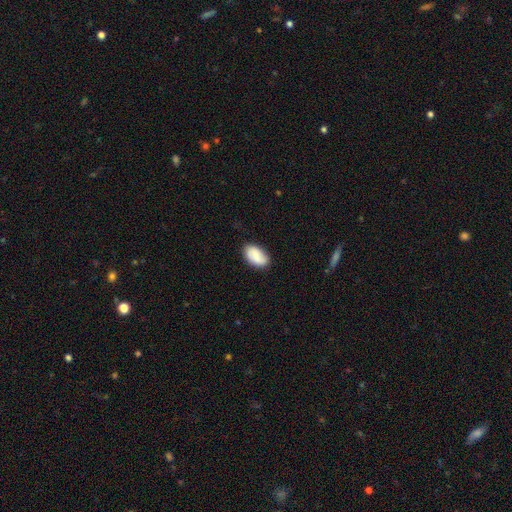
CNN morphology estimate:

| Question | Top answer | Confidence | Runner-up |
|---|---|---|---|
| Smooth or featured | smooth | 75% | featured or disk (19%) |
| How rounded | in between | 93% | round (5%) |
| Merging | none | 82% | minor disturbance (14%) |